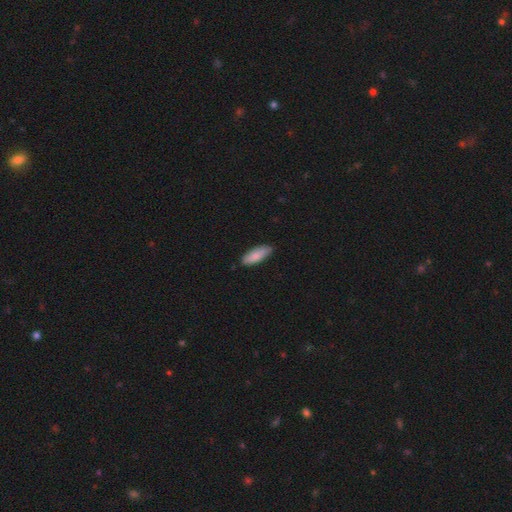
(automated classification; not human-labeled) Smooth or featured? Predicted: smooth (p=0.84). How rounded? Predicted: in between (p=0.68). Merging? Predicted: none (p=0.85).